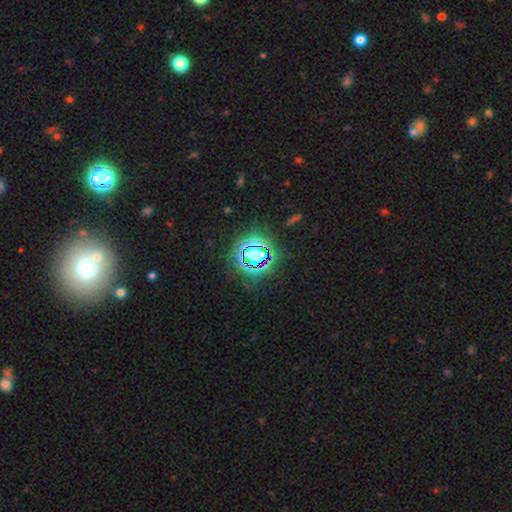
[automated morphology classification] Smooth or featured?
  - star or artifact: 73% *
  - smooth: 16%
  - featured or disk: 11%